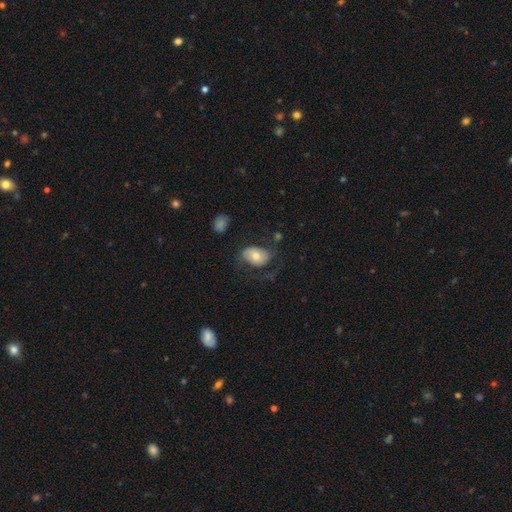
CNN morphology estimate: A smooth galaxy with no disk features (54%) that is in between round and cigar-shaped (78%).

Vote fractions:
- Smooth or featured? smooth: 54% / featured or disk: 38% / star or artifact: 8%
- How rounded? in between: 78% / round: 21% / cigar-shaped: 1%
- Merging? none: 50% / minor disturbance: 24% / major disturbance: 24% / merger: 3%